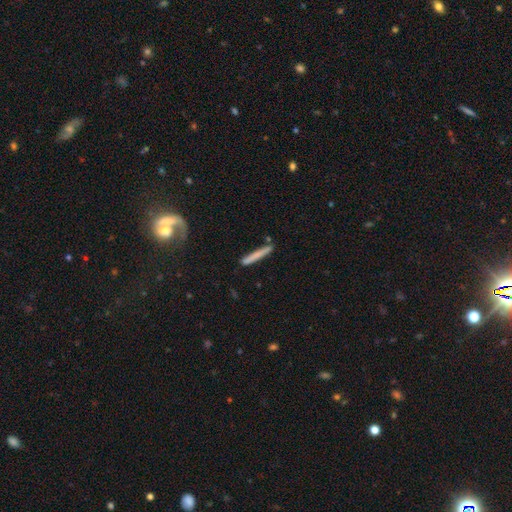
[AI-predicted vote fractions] Smooth or featured? smooth (69%)
How rounded? cigar-shaped (96%)
Merging? none (82%)